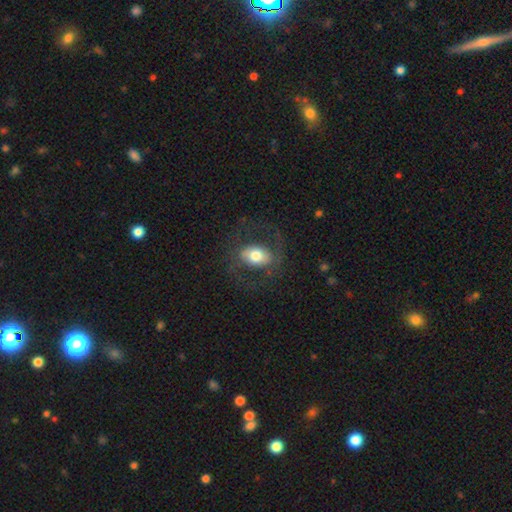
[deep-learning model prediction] This appears to be a smooth galaxy with no disk features (52%) that is in between round and cigar-shaped (78%). Merging: none (70%).